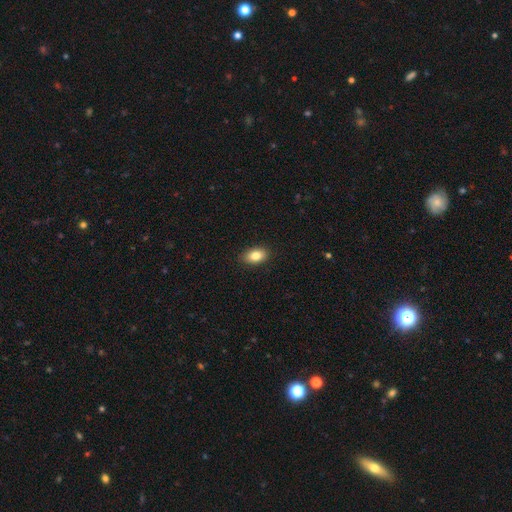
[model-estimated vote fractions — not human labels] Smooth or featured: smooth — 84% (star or artifact — 8%)
How rounded: in between — 88% (round — 10%)
Merging: none — 89% (minor disturbance — 8%)